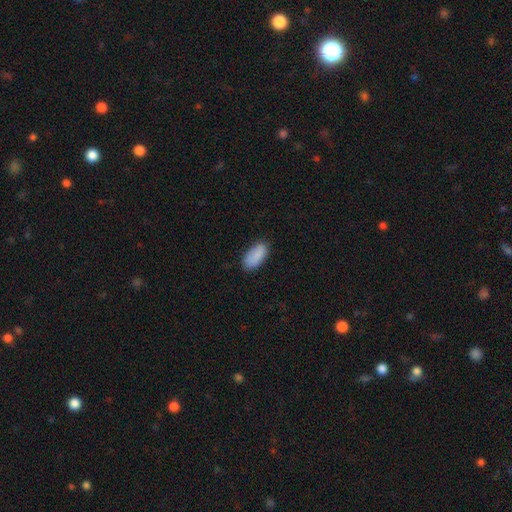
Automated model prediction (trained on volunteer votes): Q: Smooth or featured?
A: smooth (89%); runner-up: star or artifact (6%)
Q: How rounded?
A: in between (92%); runner-up: cigar-shaped (6%)
Q: Merging?
A: none (84%); runner-up: minor disturbance (13%)